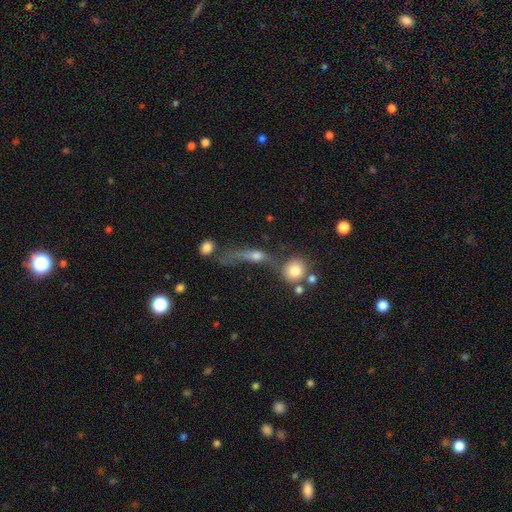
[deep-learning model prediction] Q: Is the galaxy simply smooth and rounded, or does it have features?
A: smooth — 52%.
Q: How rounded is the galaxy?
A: in between — 39%.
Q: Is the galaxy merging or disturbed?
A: major disturbance — 36%.